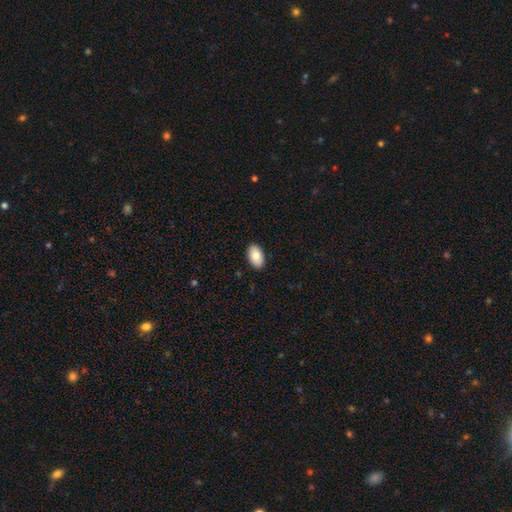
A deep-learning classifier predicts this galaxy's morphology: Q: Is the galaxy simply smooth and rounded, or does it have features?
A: smooth — 83%.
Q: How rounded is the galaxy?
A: in between — 94%.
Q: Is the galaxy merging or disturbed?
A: none — 89%.